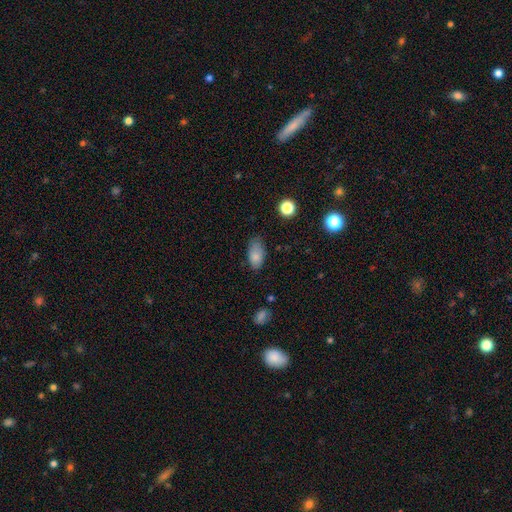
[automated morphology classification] Smooth or featured: smooth — 82% (star or artifact — 9%)
How rounded: in between — 92% (round — 5%)
Merging: none — 61% (minor disturbance — 30%)